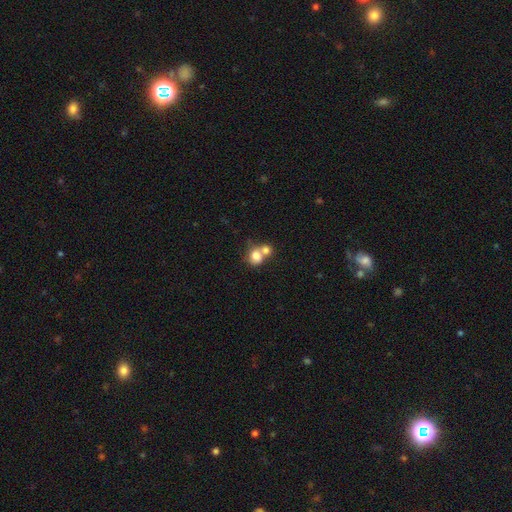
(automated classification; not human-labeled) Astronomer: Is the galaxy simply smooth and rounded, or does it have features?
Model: smooth — 75%.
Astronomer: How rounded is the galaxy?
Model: round — 65%.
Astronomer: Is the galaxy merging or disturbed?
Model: merger — 62%.